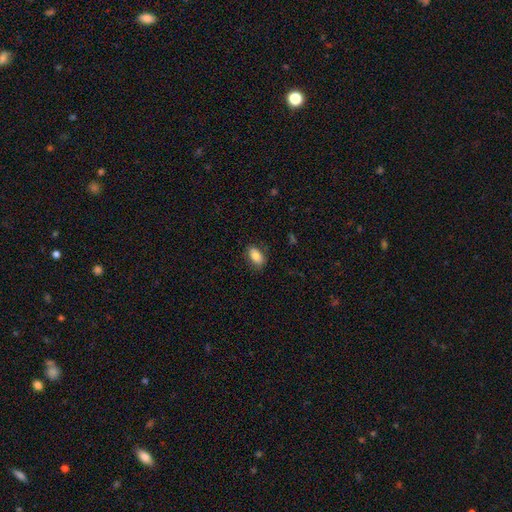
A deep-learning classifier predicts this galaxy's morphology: Overall: smooth (82%). How rounded: in between (91%). Merging: none (82%).